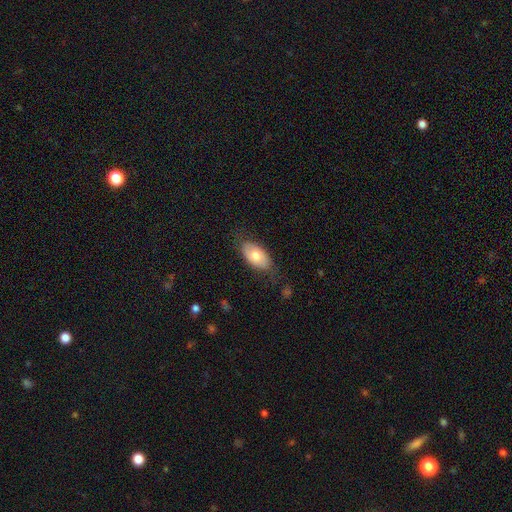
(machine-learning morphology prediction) Overall: smooth (69%). How rounded: in between (94%). Merging: none (72%).